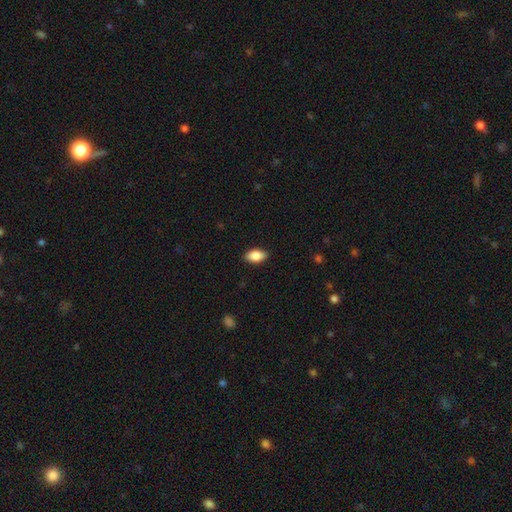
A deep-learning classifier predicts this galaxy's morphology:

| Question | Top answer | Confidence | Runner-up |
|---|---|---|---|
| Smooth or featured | smooth | 85% | featured or disk (8%) |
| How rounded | in between | 92% | round (4%) |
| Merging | none | 88% | minor disturbance (9%) |